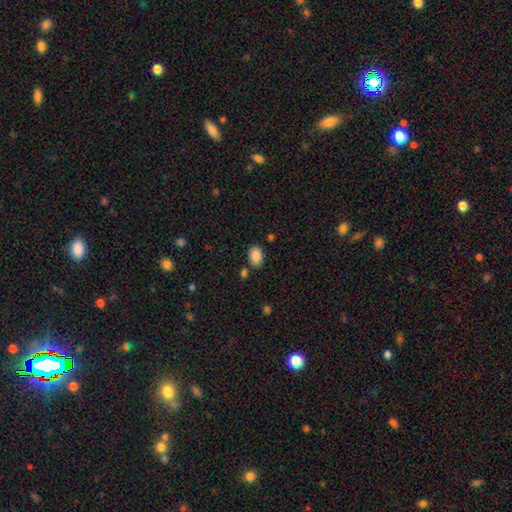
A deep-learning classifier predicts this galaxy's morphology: Overall: smooth (87%). How rounded: in between (83%). Merging: none (79%).